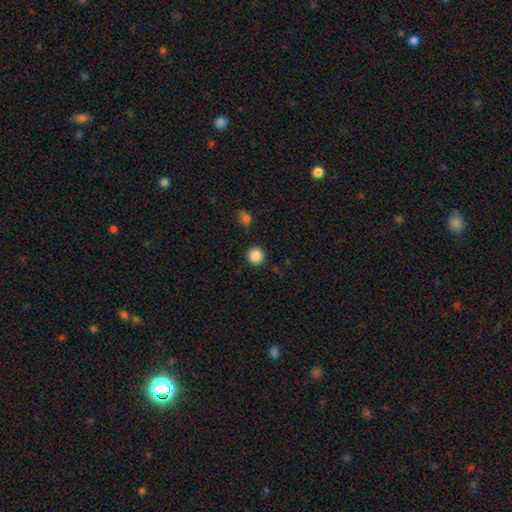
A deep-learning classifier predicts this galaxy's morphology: Smooth or featured? Predicted: smooth (p=0.87). How rounded? Predicted: round (p=0.95). Merging? Predicted: none (p=0.91).